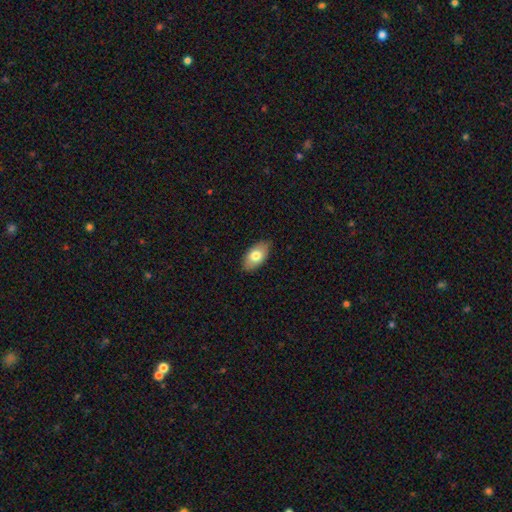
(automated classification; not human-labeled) smooth 75%, featured or disk 18%, star or artifact 6%. Down the decision tree: how rounded — in between (93%); merging — none (85%).